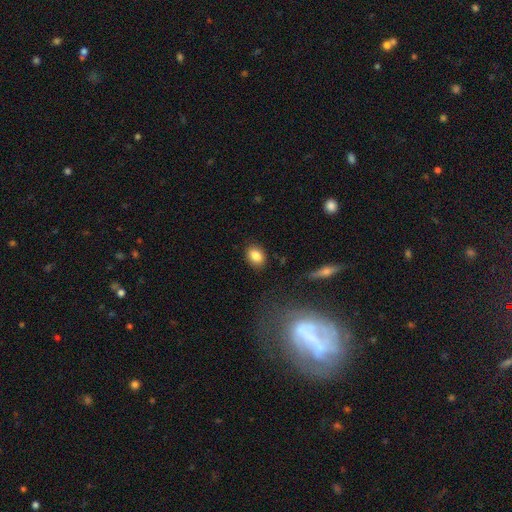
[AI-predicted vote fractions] A smooth galaxy with no disk features (84%) that is in between round and cigar-shaped (68%). Merging: none (86%).